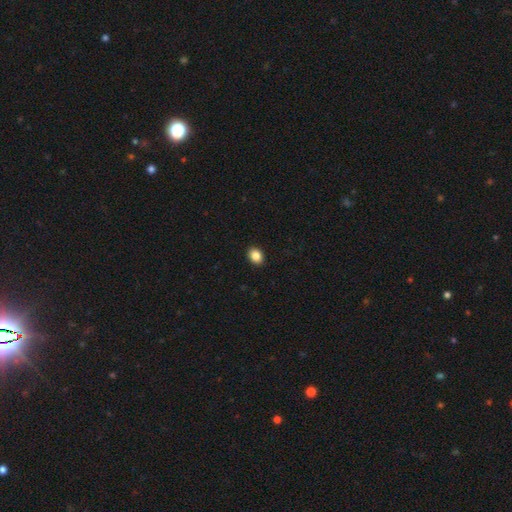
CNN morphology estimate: Smooth or featured? smooth (87%)
How rounded? in between (62%)
Merging? none (92%)